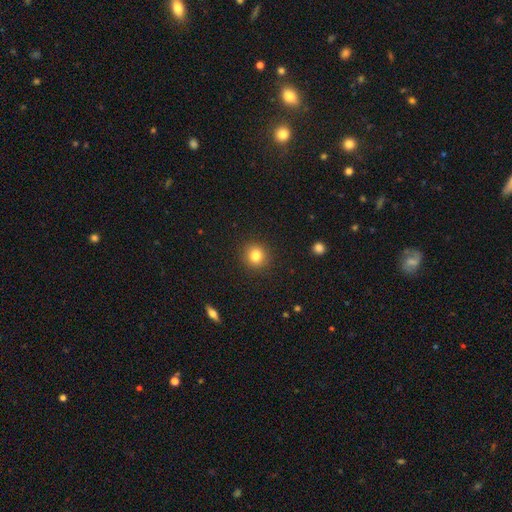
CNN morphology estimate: Q: Smooth or featured?
A: smooth (82%); runner-up: star or artifact (11%)
Q: How rounded?
A: round (89%); runner-up: in between (10%)
Q: Merging?
A: none (91%); runner-up: minor disturbance (6%)